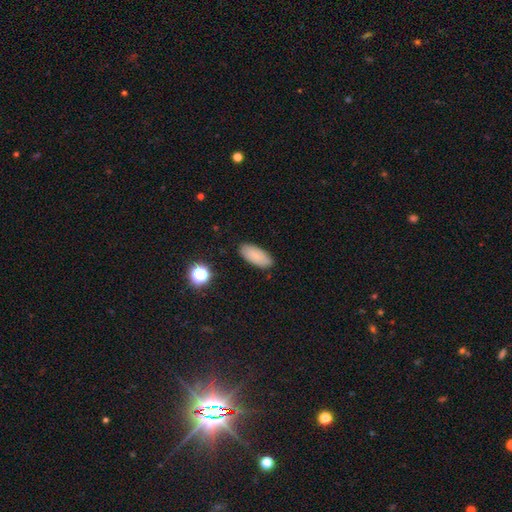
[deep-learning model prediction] smooth-or-featured: smooth: 81% | featured or disk: 11% | star or artifact: 9%
  how-rounded: in between: 87% | cigar-shaped: 10% | round: 2%
  merging: none: 87% | minor disturbance: 10% | major disturbance: 2% | merger: 1%